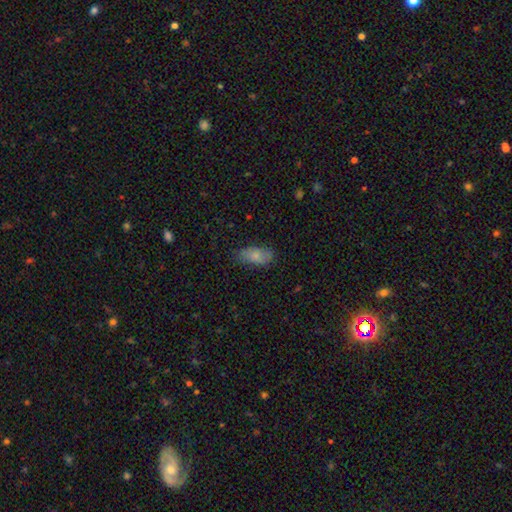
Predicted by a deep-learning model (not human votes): Q: Smooth or featured?
A: smooth (74%); runner-up: featured or disk (19%)
Q: How rounded?
A: in between (89%); runner-up: cigar-shaped (7%)
Q: Merging?
A: none (70%); runner-up: minor disturbance (23%)